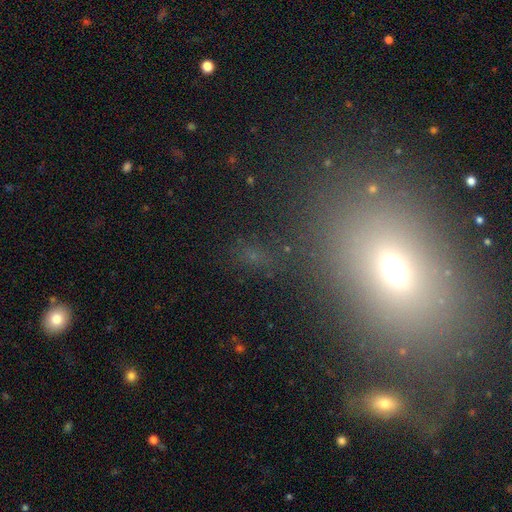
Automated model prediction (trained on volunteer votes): Smooth or featured? star or artifact (42%)